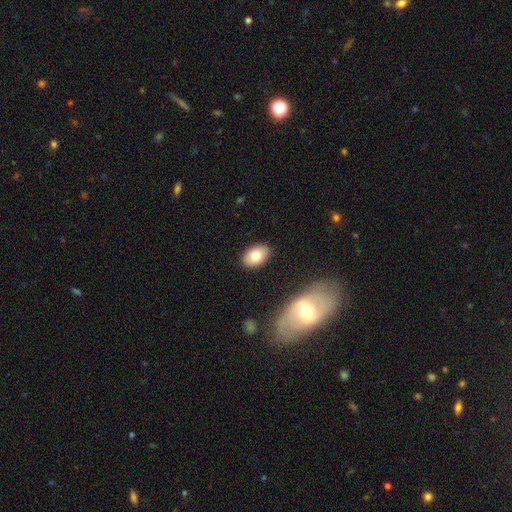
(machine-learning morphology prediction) A smooth galaxy with no disk features (79%) that is in between round and cigar-shaped (89%).

Vote fractions:
- Smooth or featured? smooth: 79% / featured or disk: 14% / star or artifact: 8%
- How rounded? in between: 89% / round: 10% / cigar-shaped: 1%
- Merging? none: 87% / minor disturbance: 9% / major disturbance: 2% / merger: 2%